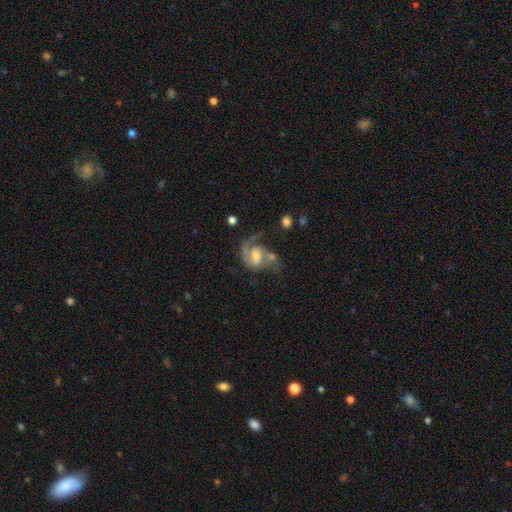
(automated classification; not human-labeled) Overall: featured or disk (81%). Edge-on disk: no (97%). Bar: no (45%; weak 43%). Spiral arms: yes (94%). Spiral arm count: 2 (61%; 1 30%). Spiral winding: medium (49%; loose 29%). Bulge size: moderate (56%; small 30%). Merging: none (37%; merger 24%).